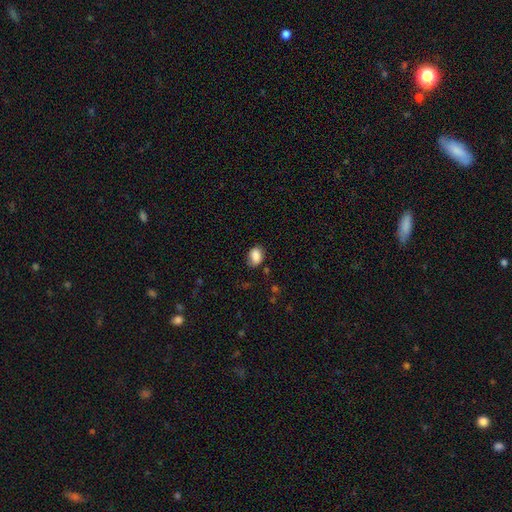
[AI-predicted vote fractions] This is clearly a smooth galaxy (86%). How rounded: likely in between (76%). Merging: likely none (73%).